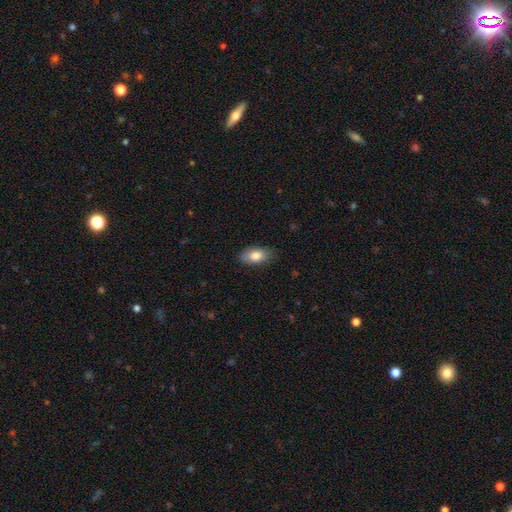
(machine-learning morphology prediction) Overall: smooth (83%). How rounded: in between (92%). Merging: none (83%).